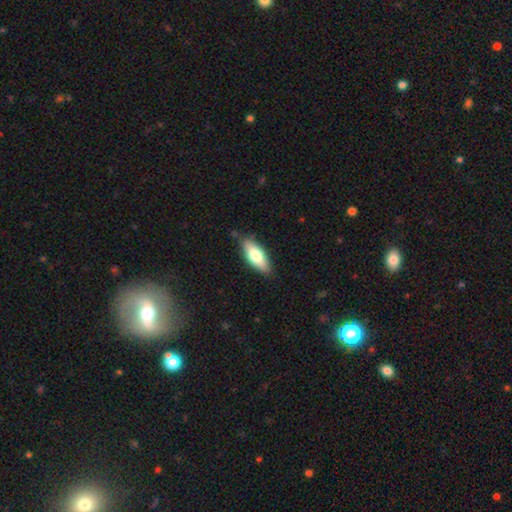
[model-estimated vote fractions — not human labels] Smooth or featured?
  - smooth: 68% *
  - featured or disk: 27%
  - star or artifact: 6%
How rounded?
  - in between: 69% *
  - cigar-shaped: 29%
  - round: 2%
Merging?
  - none: 83% *
  - minor disturbance: 13%
  - major disturbance: 2%
  - merger: 2%